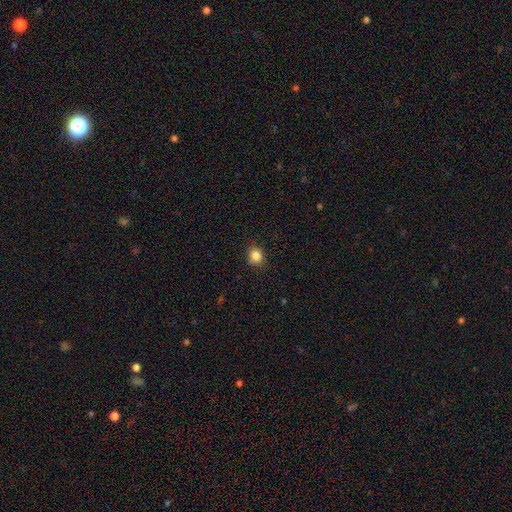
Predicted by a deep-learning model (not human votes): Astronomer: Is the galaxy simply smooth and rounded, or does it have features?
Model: smooth — 84%.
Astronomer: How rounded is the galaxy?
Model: round — 78%.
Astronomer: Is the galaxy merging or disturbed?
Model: none — 86%.